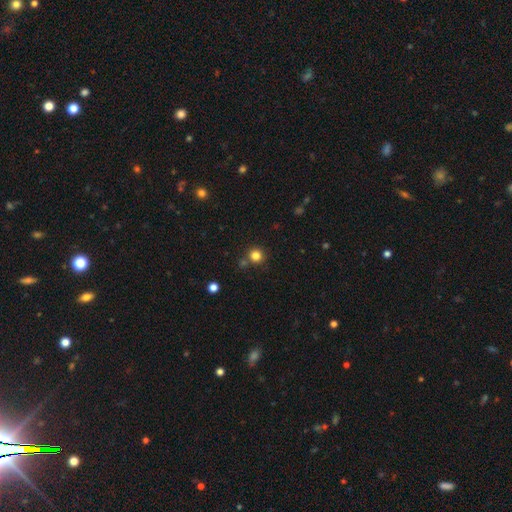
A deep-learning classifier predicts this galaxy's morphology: Smooth or featured?
  - smooth: 81% *
  - star or artifact: 14%
  - featured or disk: 5%
How rounded?
  - round: 94% *
  - in between: 6%
  - cigar-shaped: 1%
Merging?
  - none: 79% *
  - merger: 10%
  - minor disturbance: 8%
  - major disturbance: 3%